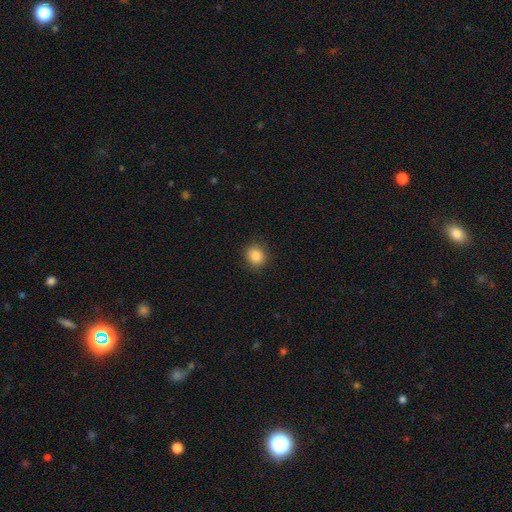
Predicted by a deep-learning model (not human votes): Smooth or featured: smooth — 86% (star or artifact — 10%)
How rounded: round — 76% (in between — 23%)
Merging: none — 89% (minor disturbance — 8%)